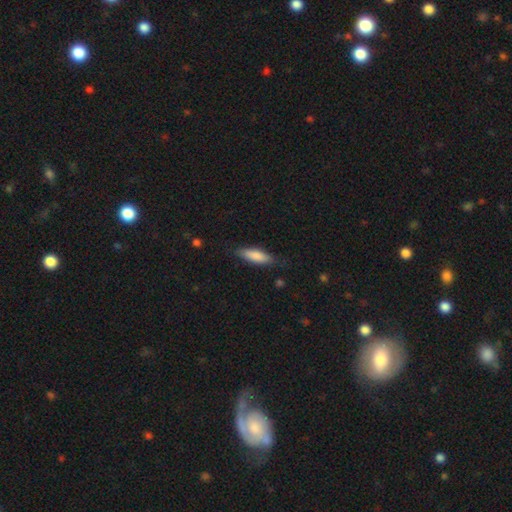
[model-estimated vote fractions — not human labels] This is clearly a smooth galaxy (83%). How rounded: possibly cigar-shaped (51%). Merging: likely none (79%).